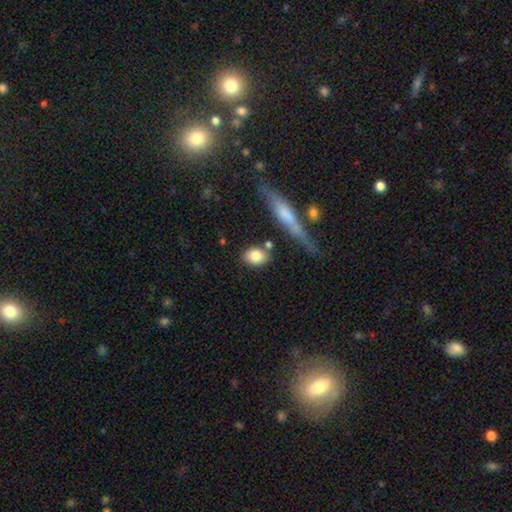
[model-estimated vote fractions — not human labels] This is clearly a smooth galaxy (81%). How rounded: likely in between (62%). Merging: likely none (75%).